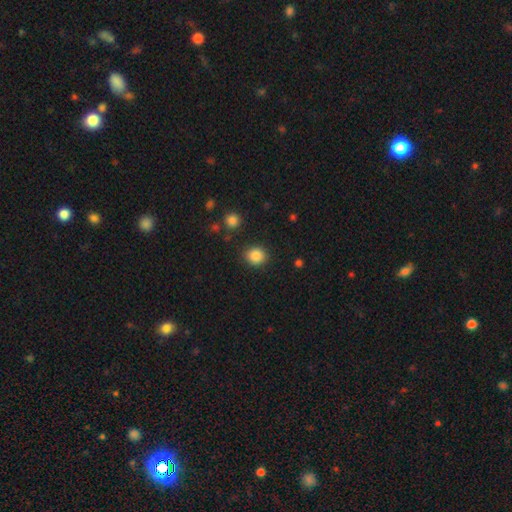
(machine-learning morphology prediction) smooth 86%, star or artifact 10%, featured or disk 4%. Down the decision tree: how rounded — round (77%); merging — none (87%).